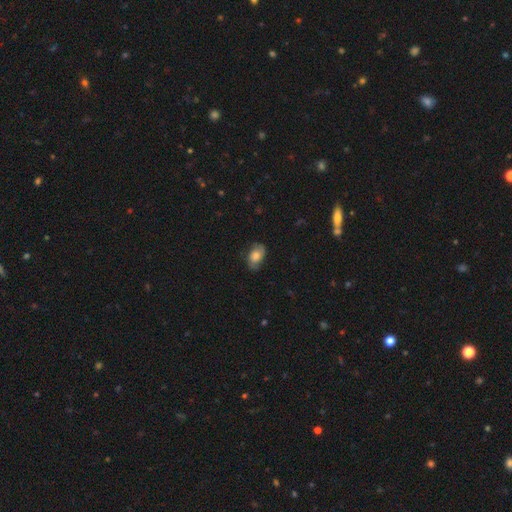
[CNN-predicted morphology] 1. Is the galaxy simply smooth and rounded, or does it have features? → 51% smooth, 40% featured or disk, 9% star or artifact.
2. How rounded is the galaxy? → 83% in between, 15% round, 2% cigar-shaped.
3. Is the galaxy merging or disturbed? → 69% none, 23% minor disturbance, 7% major disturbance, 1% merger.